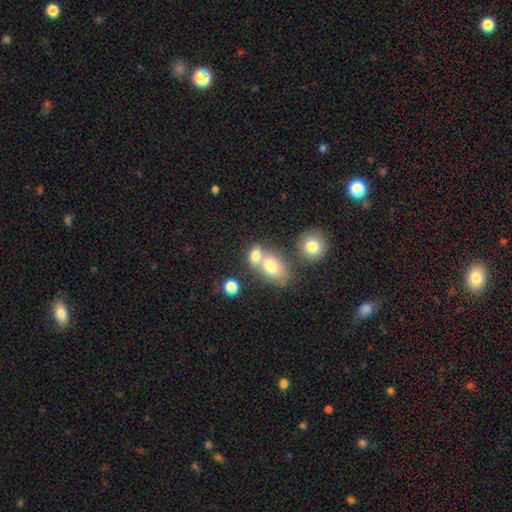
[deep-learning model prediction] A smooth galaxy with no disk features (75%) that is in between round and cigar-shaped (67%). Merging: merger (53%).